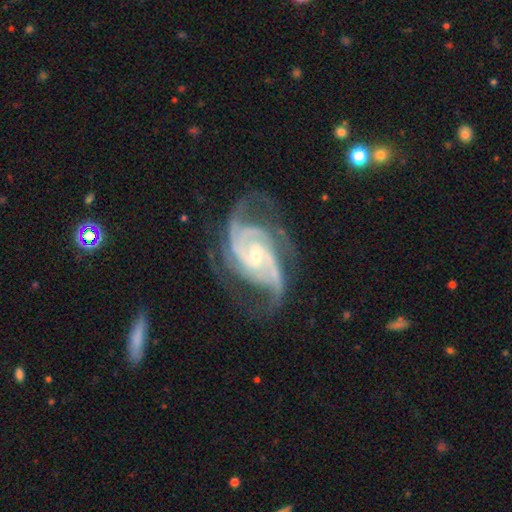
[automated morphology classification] featured or disk 93%, star or artifact 4%, smooth 3%. Down the decision tree: edge-on disk — no (98%); bar — no (44%); spiral arms — yes (98%); spiral arm count — 2 (36%); spiral winding — medium (52%); bulge size — small (63%); merging — none (64%).